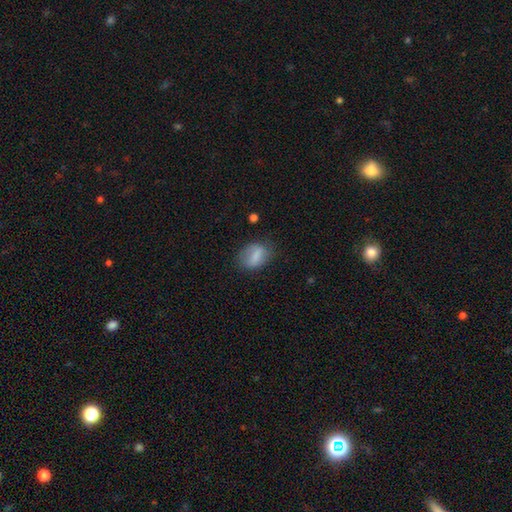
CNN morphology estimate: A smooth galaxy with no disk features (72%) that is in between round and cigar-shaped (72%).

Vote fractions:
- Smooth or featured? smooth: 72% / featured or disk: 19% / star or artifact: 8%
- How rounded? in between: 72% / round: 26% / cigar-shaped: 3%
- Merging? none: 69% / minor disturbance: 22% / major disturbance: 8% / merger: 2%